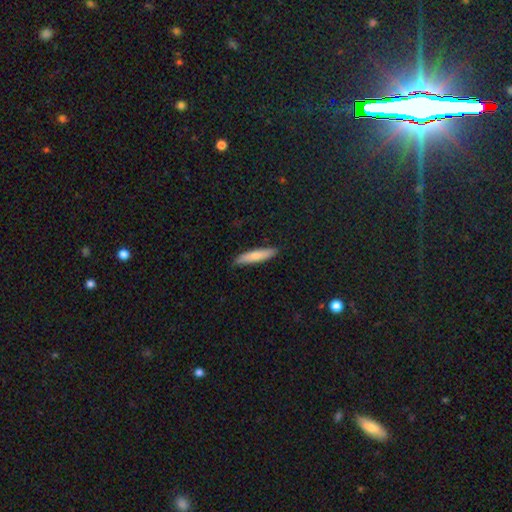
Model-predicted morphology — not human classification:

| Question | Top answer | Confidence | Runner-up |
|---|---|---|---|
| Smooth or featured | smooth | 76% | featured or disk (19%) |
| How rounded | cigar-shaped | 86% | in between (13%) |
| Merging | none | 87% | minor disturbance (10%) |